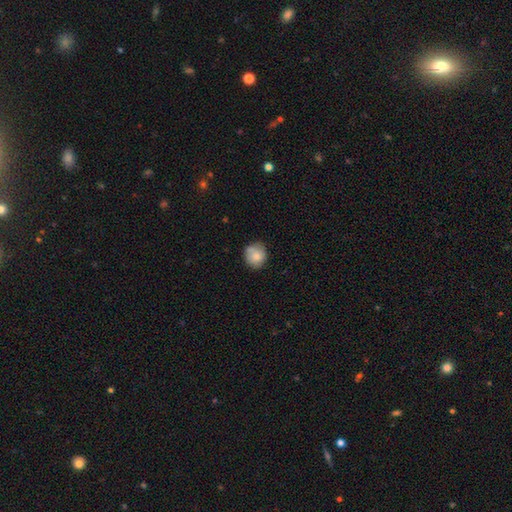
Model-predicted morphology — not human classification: This appears to be a smooth galaxy with no disk features (75%) that is round (83%). Merging: none (66%).